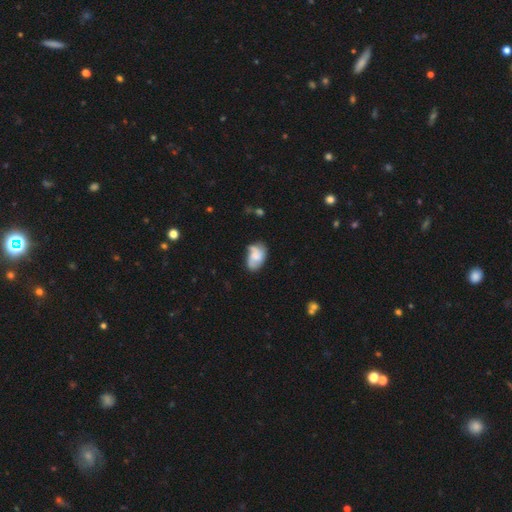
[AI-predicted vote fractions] Smooth or featured? featured or disk (49%)
Merging? none (50%)